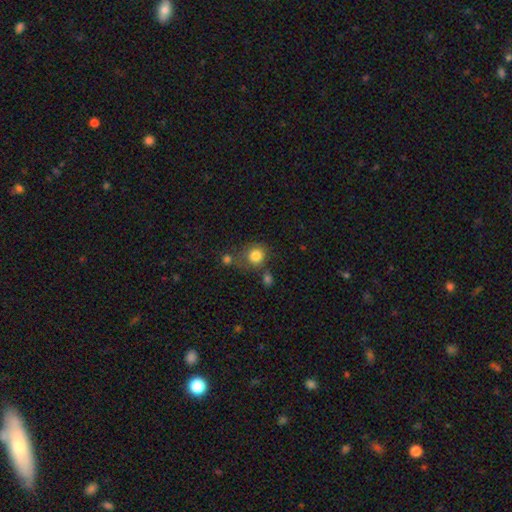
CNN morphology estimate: This is clearly a smooth galaxy (83%). How rounded: clearly round (84%). Merging: likely none (61%).